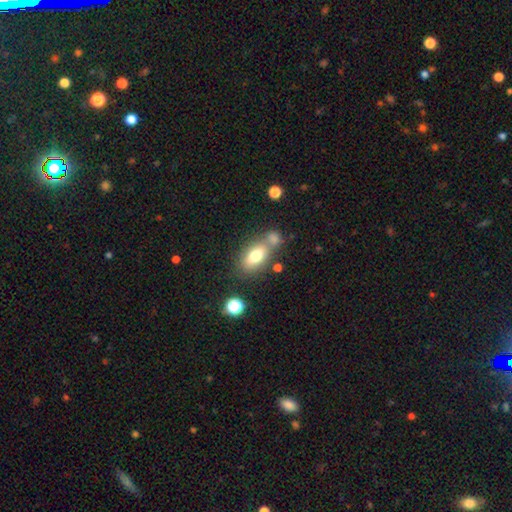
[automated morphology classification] smooth 73%, featured or disk 17%, star or artifact 9%. Down the decision tree: how rounded — in between (84%); merging — none (55%).